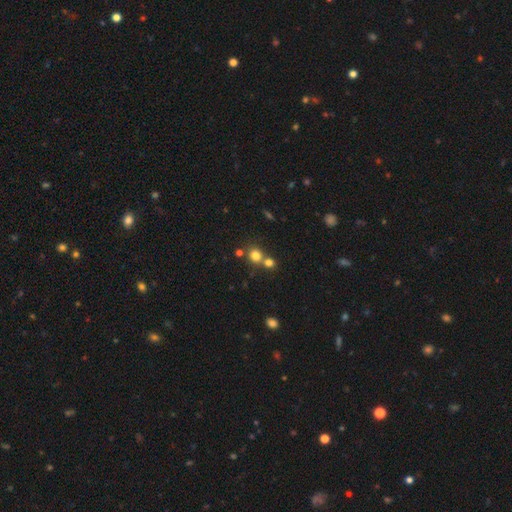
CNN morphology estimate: The model was most divided on "merging": none: 56%, merger: 34%, minor disturbance: 7%, major disturbance: 3%. More confident: how rounded — round (86%); smooth or featured — smooth (77%).